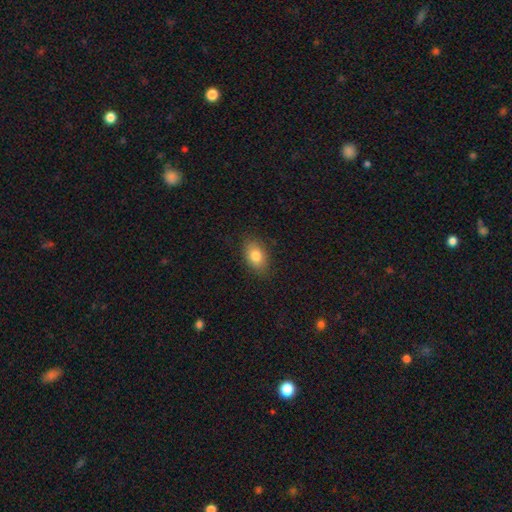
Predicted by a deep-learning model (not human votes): smooth_or_featured: smooth (p=0.81) [alt: featured or disk p=0.10]
how_rounded: in between (p=0.86) [alt: round p=0.12]
merging: none (p=0.83) [alt: minor disturbance p=0.13]